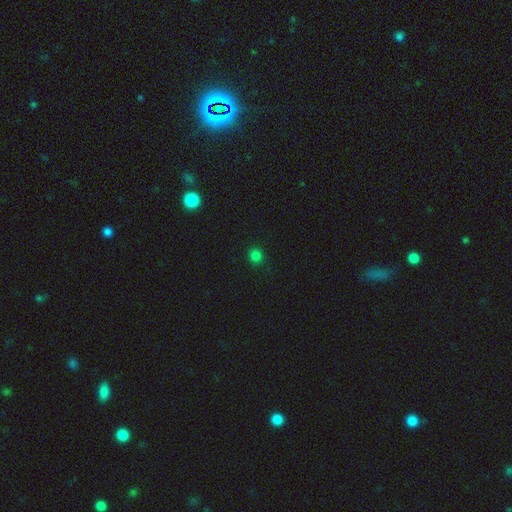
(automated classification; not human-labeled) A smooth galaxy with no disk features (81%) that is round (90%). Merging: none (91%).